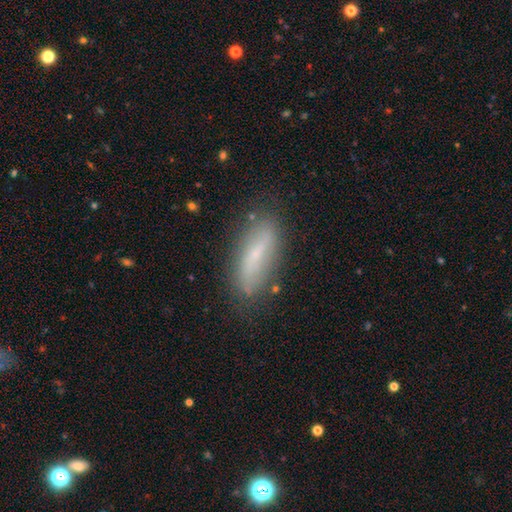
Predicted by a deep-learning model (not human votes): smooth-or-featured: smooth: 53% | featured or disk: 38% | star or artifact: 9%
  how-rounded: in between: 51% | cigar-shaped: 47% | round: 3%
  merging: none: 77% | minor disturbance: 16% | major disturbance: 4% | merger: 2%